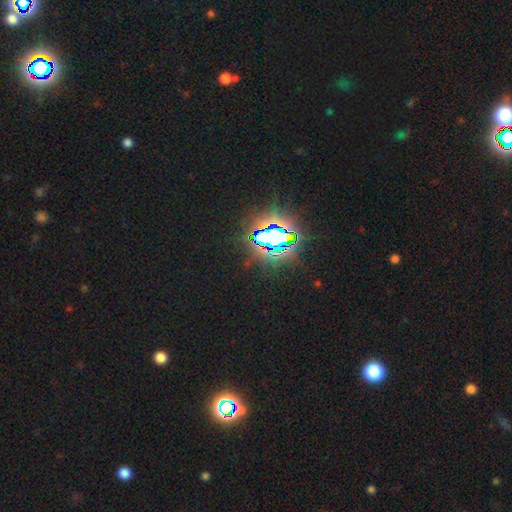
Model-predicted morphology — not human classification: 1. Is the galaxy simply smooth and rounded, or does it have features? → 83% star or artifact, 11% smooth, 6% featured or disk.